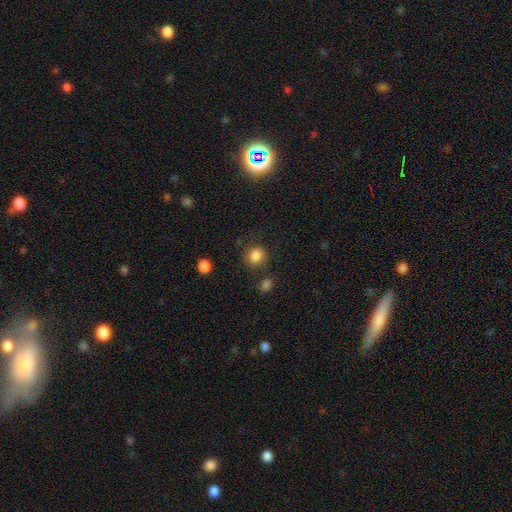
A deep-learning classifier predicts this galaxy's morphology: Smooth or featured: smooth — 84% (star or artifact — 11%)
How rounded: round — 80% (in between — 19%)
Merging: none — 77% (minor disturbance — 14%)